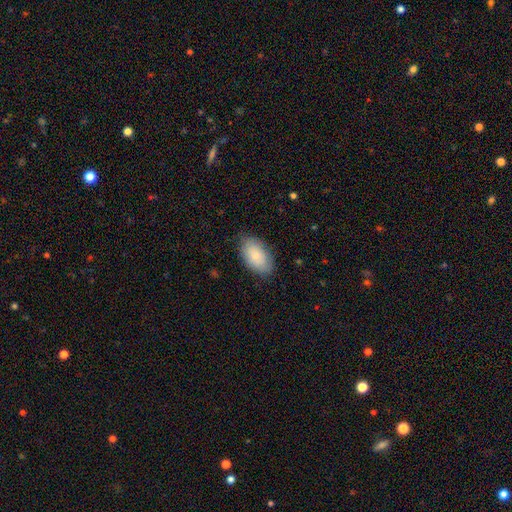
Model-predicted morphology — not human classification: smooth_or_featured: smooth (p=0.84) [alt: featured or disk p=0.10]
how_rounded: in between (p=0.95) [alt: round p=0.04]
merging: none (p=0.81) [alt: minor disturbance p=0.14]